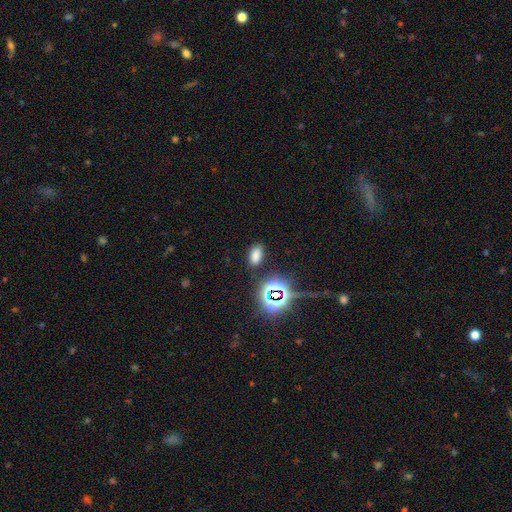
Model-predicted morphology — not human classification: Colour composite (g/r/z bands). It shows a smooth galaxy with no disk features (70%) that is in between round and cigar-shaped (90%). Merging: none (85%).